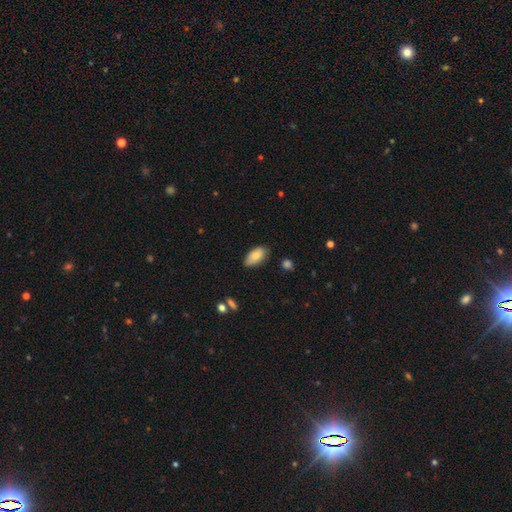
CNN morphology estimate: Overall: smooth (79%). How rounded: in between (93%). Merging: none (72%).